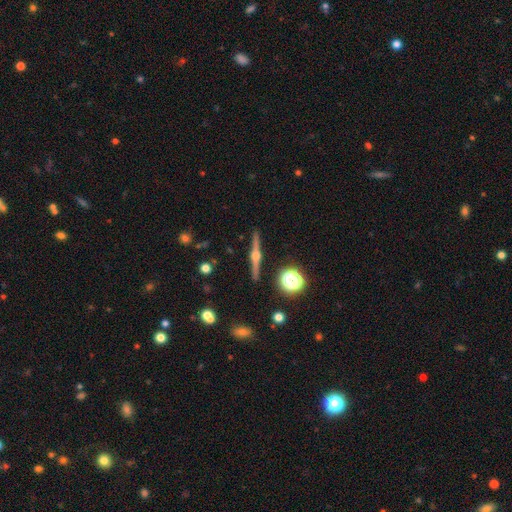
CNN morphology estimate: This appears to be a featured or disk galaxy (82%) viewed edge-on (98%) with a rounded central bulge (94%). Merging: none (91%).